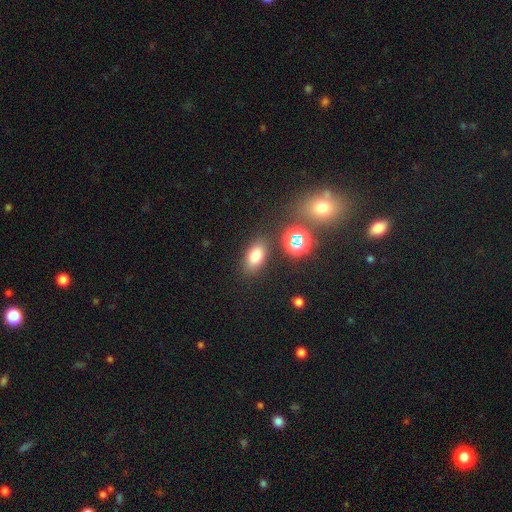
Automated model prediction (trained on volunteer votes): smooth 75%, star or artifact 15%, featured or disk 10%. Down the decision tree: how rounded — in between (85%); merging — none (82%).